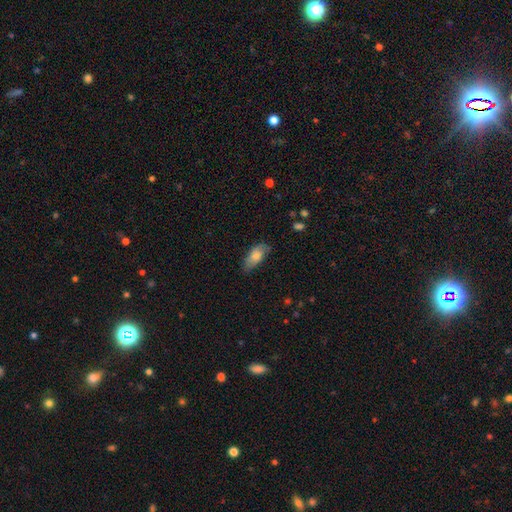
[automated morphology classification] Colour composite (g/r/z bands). It shows a smooth galaxy with no disk features (74%) that is in between round and cigar-shaped (87%). Merging: none (60%).